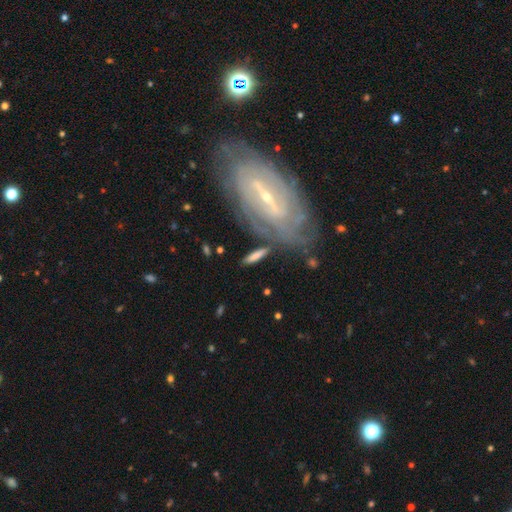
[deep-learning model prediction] smooth_or_featured: smooth (p=0.58) [alt: featured or disk p=0.35]
how_rounded: cigar-shaped (p=0.62) [alt: in between p=0.34]
merging: none (p=0.71) [alt: minor disturbance p=0.13]